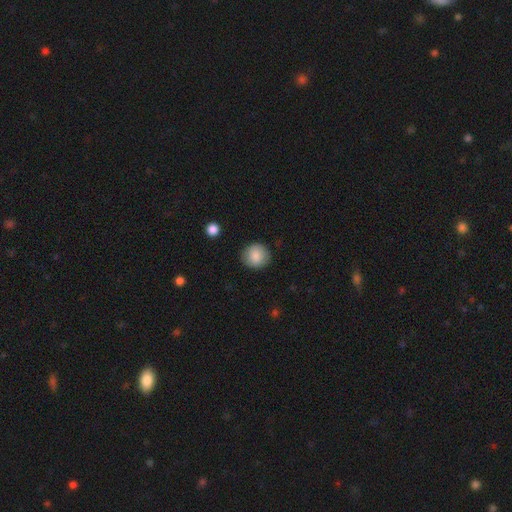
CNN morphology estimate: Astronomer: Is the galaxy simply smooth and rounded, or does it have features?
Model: smooth — 85%.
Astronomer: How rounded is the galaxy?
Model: round — 89%.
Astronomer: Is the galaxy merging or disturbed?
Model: none — 88%.